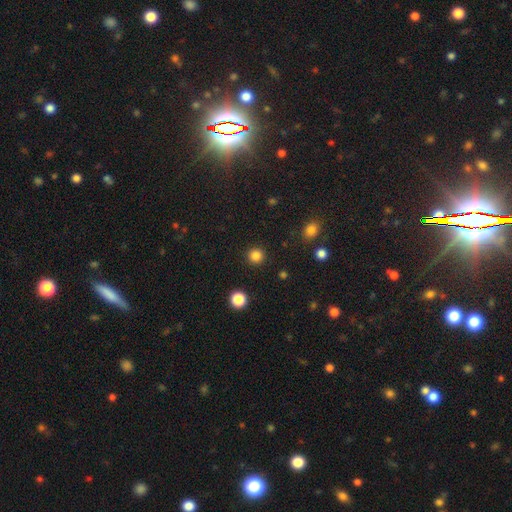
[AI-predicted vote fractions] Smooth or featured: smooth — 84% (star or artifact — 13%)
How rounded: round — 95% (in between — 4%)
Merging: none — 92% (minor disturbance — 5%)